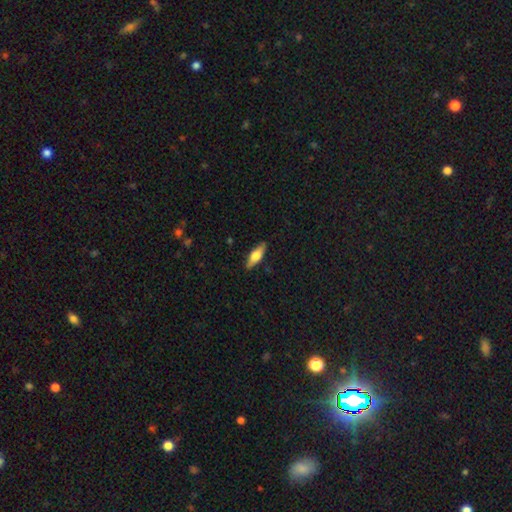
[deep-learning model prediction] Smooth or featured?
  - smooth: 55% *
  - featured or disk: 39%
  - star or artifact: 6%
How rounded?
  - in between: 52% *
  - cigar-shaped: 45%
  - round: 3%
Merging?
  - none: 87% *
  - minor disturbance: 10%
  - major disturbance: 2%
  - merger: 1%